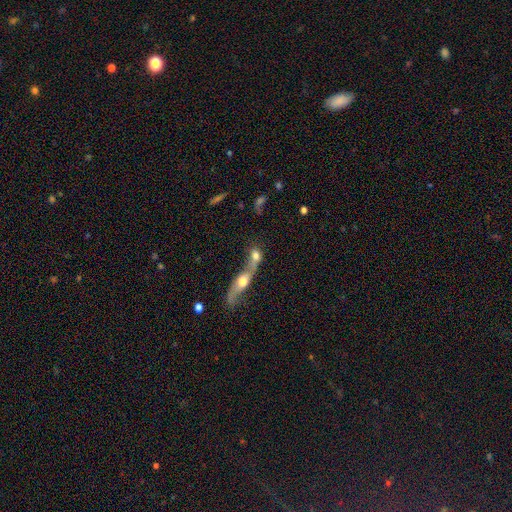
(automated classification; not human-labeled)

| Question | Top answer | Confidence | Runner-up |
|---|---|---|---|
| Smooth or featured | smooth | 58% | featured or disk (32%) |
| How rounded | in between | 46% | round (37%) |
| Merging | merger | 67% | none (20%) |